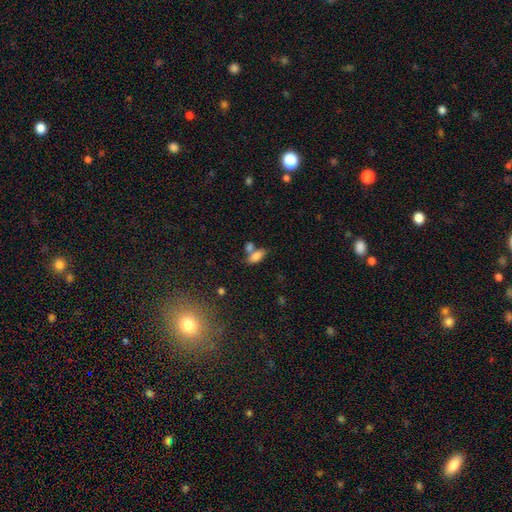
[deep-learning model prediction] A smooth galaxy with no disk features (80%) that is in between round and cigar-shaped (82%).

Vote fractions:
- Smooth or featured? smooth: 80% / featured or disk: 11% / star or artifact: 9%
- How rounded? in between: 82% / cigar-shaped: 15% / round: 4%
- Merging? none: 44% / merger: 38% / minor disturbance: 13% / major disturbance: 5%